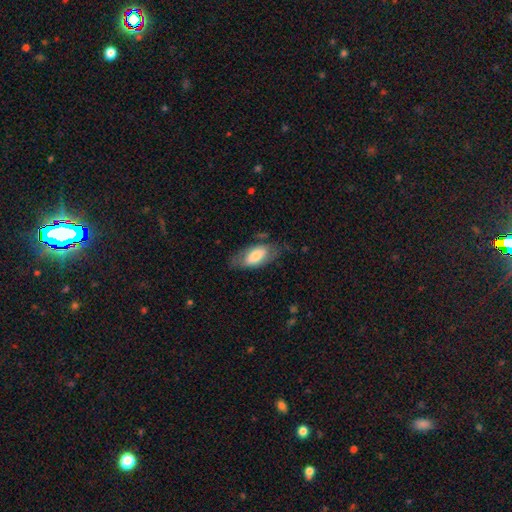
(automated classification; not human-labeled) smooth 64%, featured or disk 30%, star or artifact 6%. Down the decision tree: how rounded — in between (89%); merging — none (63%).